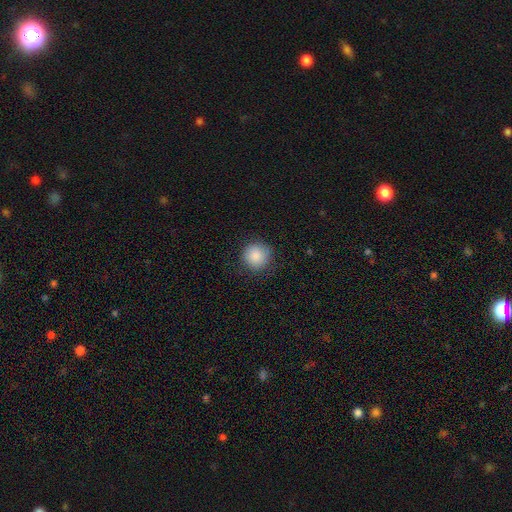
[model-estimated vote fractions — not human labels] smooth-or-featured: smooth: 88% | star or artifact: 8% | featured or disk: 4%
  how-rounded: round: 94% | in between: 5% | cigar-shaped: 1%
  merging: none: 85% | minor disturbance: 11% | major disturbance: 3% | merger: 1%